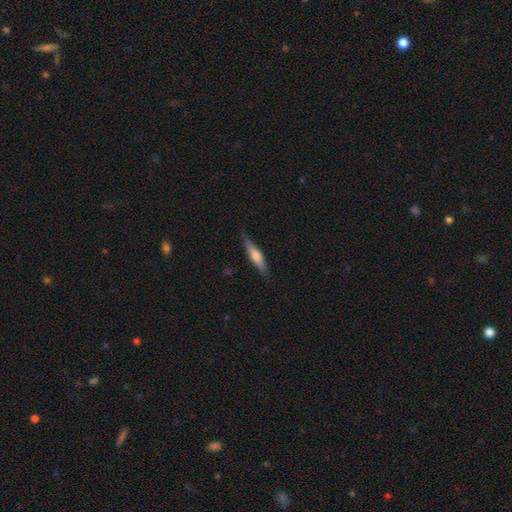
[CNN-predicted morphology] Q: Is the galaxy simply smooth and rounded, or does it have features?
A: featured or disk — 47%, tied with smooth.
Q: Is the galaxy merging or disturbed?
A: none — 86%.